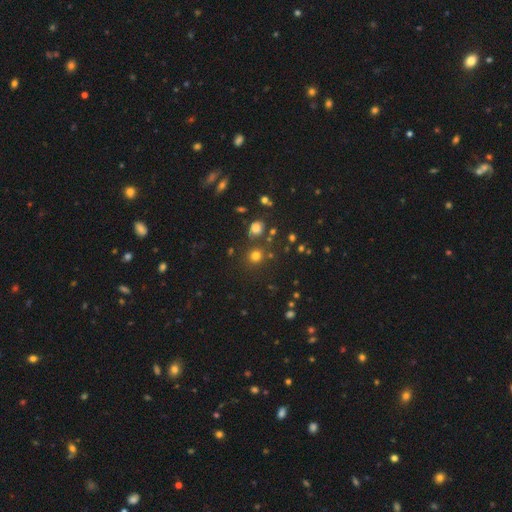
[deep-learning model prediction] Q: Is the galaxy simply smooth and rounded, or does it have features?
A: smooth — 74%.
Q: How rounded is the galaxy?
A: round — 89%.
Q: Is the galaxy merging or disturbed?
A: none — 80%.